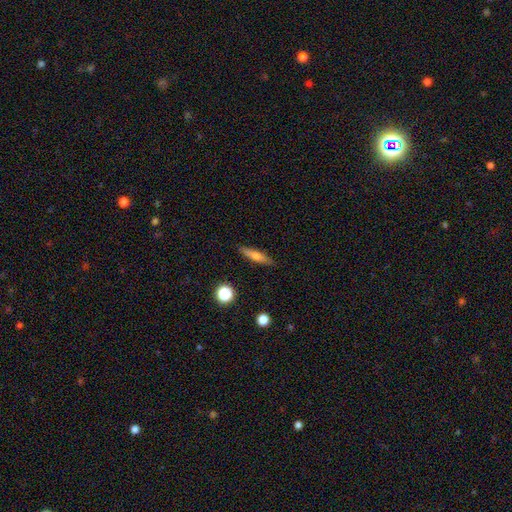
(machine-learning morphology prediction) Q: Smooth or featured?
A: smooth (61%); runner-up: featured or disk (31%)
Q: How rounded?
A: cigar-shaped (81%); runner-up: in between (16%)
Q: Merging?
A: none (88%); runner-up: minor disturbance (9%)